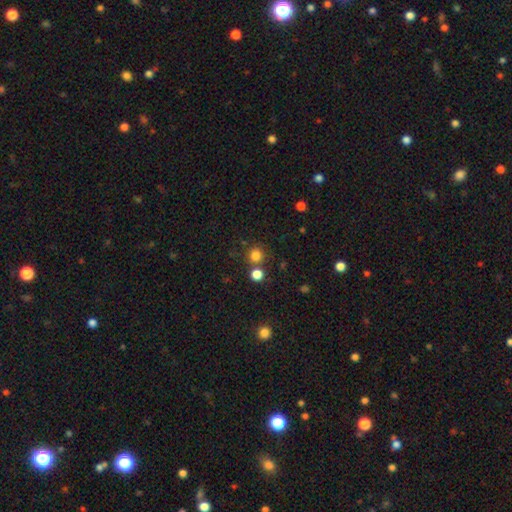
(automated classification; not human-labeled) Overall: smooth (80%). How rounded: round (93%). Merging: none (75%).